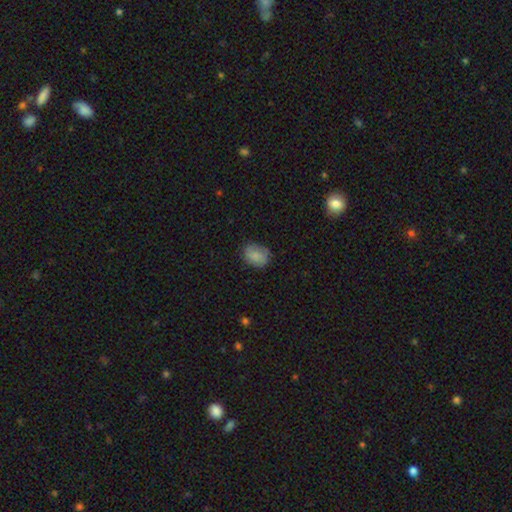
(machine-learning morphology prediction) This is clearly a smooth galaxy (81%). How rounded: possibly in between (56%). Merging: likely none (75%).